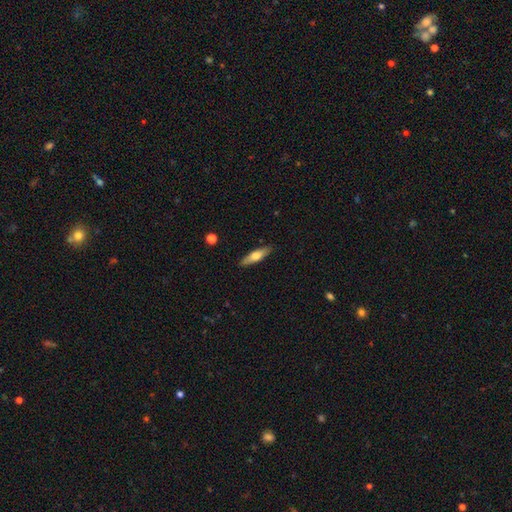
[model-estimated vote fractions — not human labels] Smooth or featured? smooth (60%)
How rounded? cigar-shaped (67%)
Merging? none (88%)